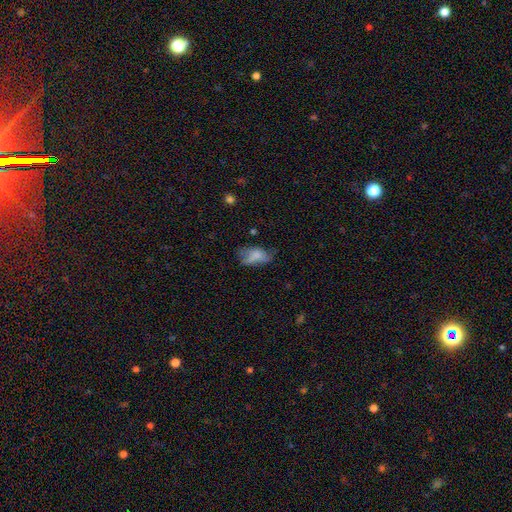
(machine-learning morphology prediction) Smooth or featured? Predicted: smooth (p=0.67). How rounded? Predicted: in between (p=0.89). Merging? Predicted: none (p=0.36).